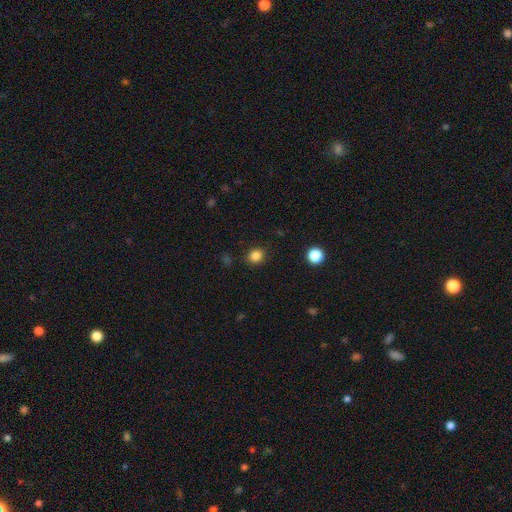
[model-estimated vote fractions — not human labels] Smooth or featured?
  - smooth: 84% *
  - star or artifact: 12%
  - featured or disk: 4%
How rounded?
  - round: 71% *
  - in between: 28%
  - cigar-shaped: 1%
Merging?
  - none: 88% *
  - minor disturbance: 8%
  - major disturbance: 3%
  - merger: 1%